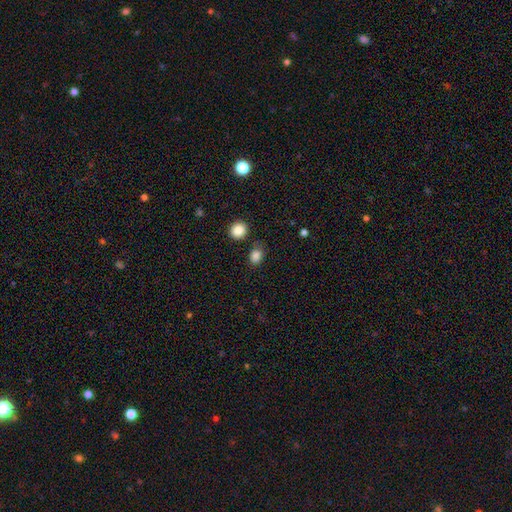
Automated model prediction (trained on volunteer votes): This is clearly a smooth galaxy (85%). How rounded: possibly in between (53%). Merging: likely none (73%).